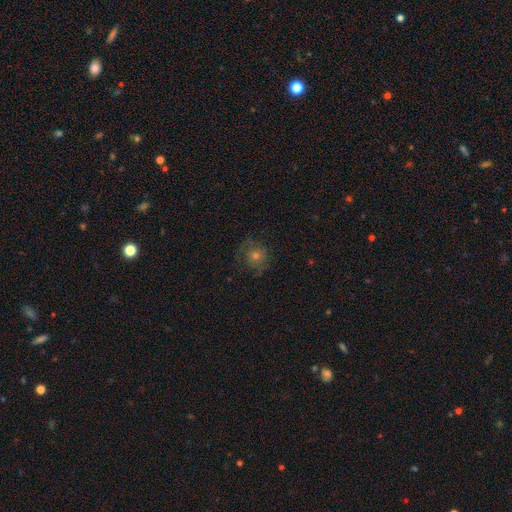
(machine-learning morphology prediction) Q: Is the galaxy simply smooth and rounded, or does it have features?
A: smooth — 47%.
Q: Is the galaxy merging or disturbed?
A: none — 74%.